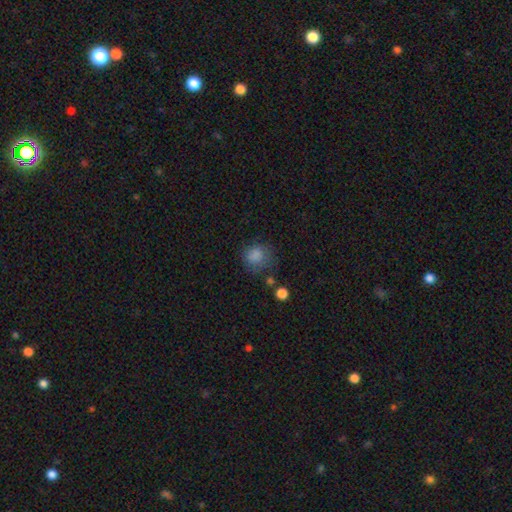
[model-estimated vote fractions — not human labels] A smooth galaxy with no disk features (80%) that is round (77%). Merging: none (59%).